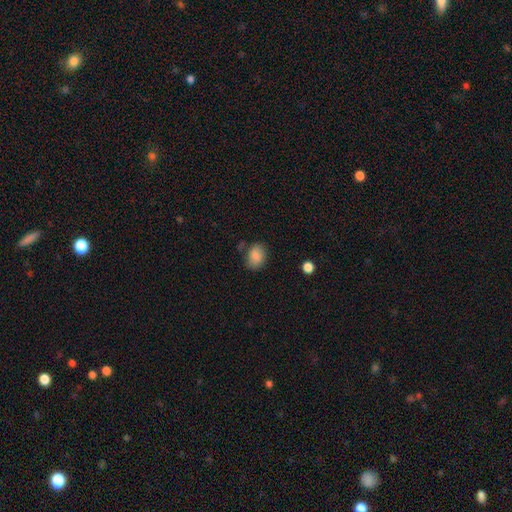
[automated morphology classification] A smooth galaxy with no disk features (85%) that is in between round and cigar-shaped (65%). Merging: none (70%).